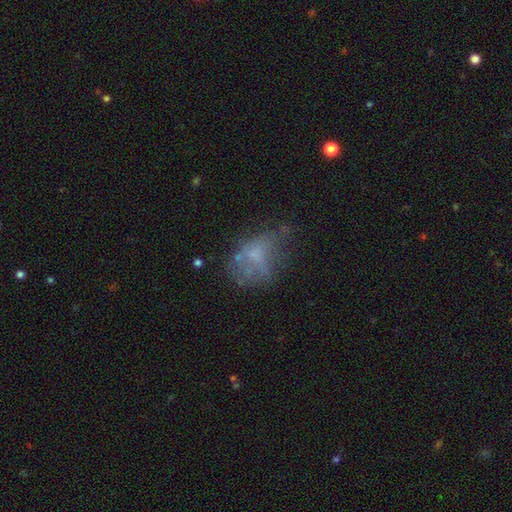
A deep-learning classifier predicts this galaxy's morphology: Smooth or featured? Predicted: smooth (p=0.42). Merging? Predicted: major disturbance (p=0.35).